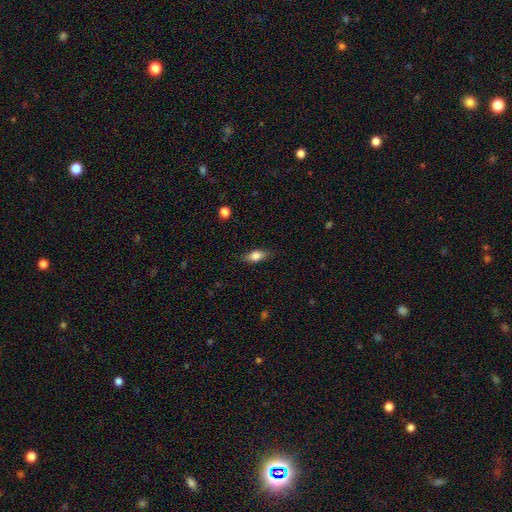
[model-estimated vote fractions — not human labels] Smooth or featured? smooth (71%)
How rounded? in between (77%)
Merging? none (81%)